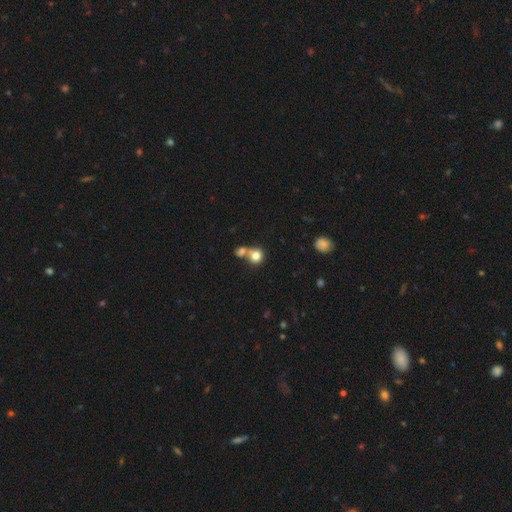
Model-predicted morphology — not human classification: This appears to be a smooth galaxy with no disk features (79%) that is round (83%). Merging: merger (47%).